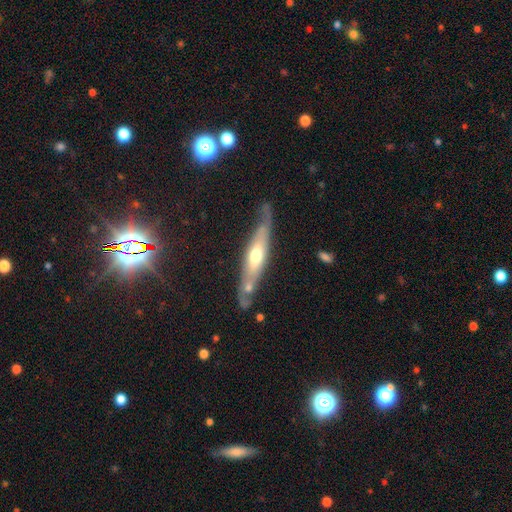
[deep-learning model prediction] featured or disk 62%, smooth 33%, star or artifact 5%. Down the decision tree: edge-on disk — yes (70%); merging — none (59%).